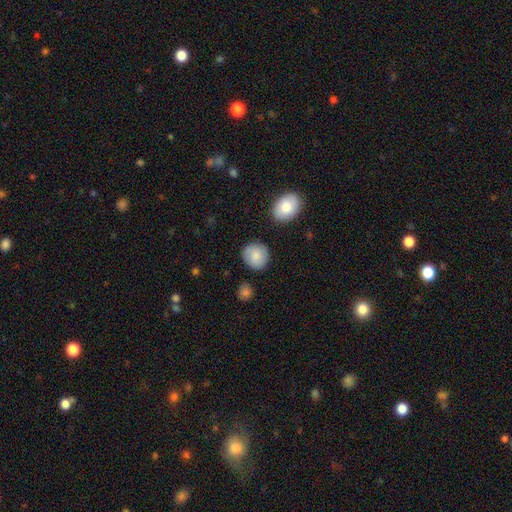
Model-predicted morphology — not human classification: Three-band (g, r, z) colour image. It shows a smooth galaxy with no disk features (80%) that is round (87%). Merging: none (82%).